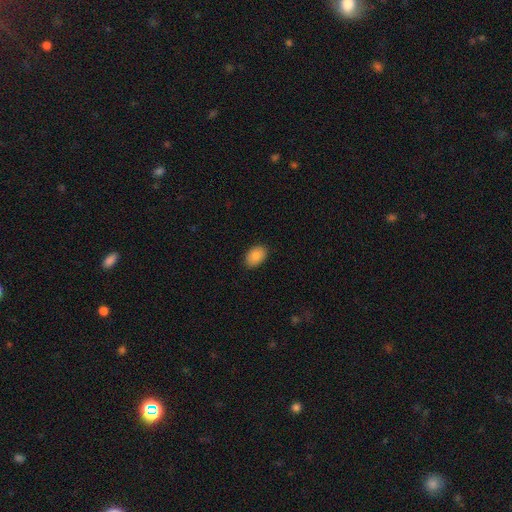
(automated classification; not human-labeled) Q: Smooth or featured?
A: smooth (86%); runner-up: star or artifact (7%)
Q: How rounded?
A: in between (86%); runner-up: round (13%)
Q: Merging?
A: none (88%); runner-up: minor disturbance (9%)